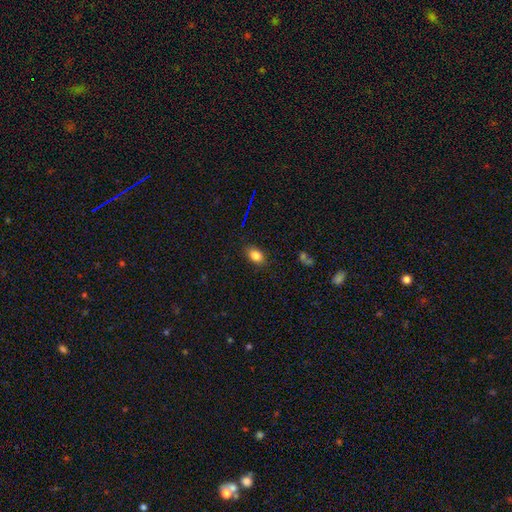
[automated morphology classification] Smooth or featured: smooth — 82% (star or artifact — 11%)
How rounded: in between — 82% (round — 16%)
Merging: none — 86% (minor disturbance — 10%)